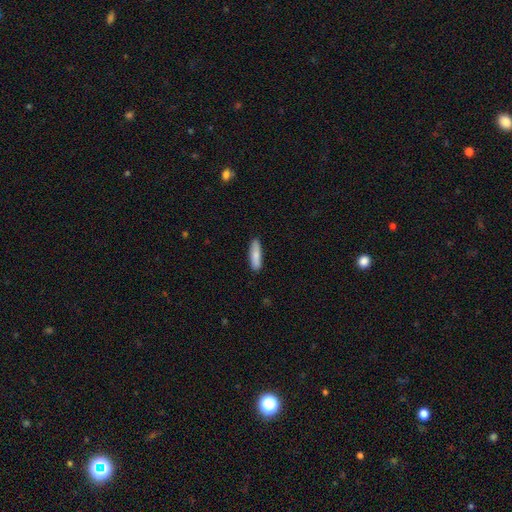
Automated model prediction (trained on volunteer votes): Q: Smooth or featured?
A: smooth (83%); runner-up: featured or disk (12%)
Q: How rounded?
A: cigar-shaped (67%); runner-up: in between (32%)
Q: Merging?
A: none (88%); runner-up: minor disturbance (9%)